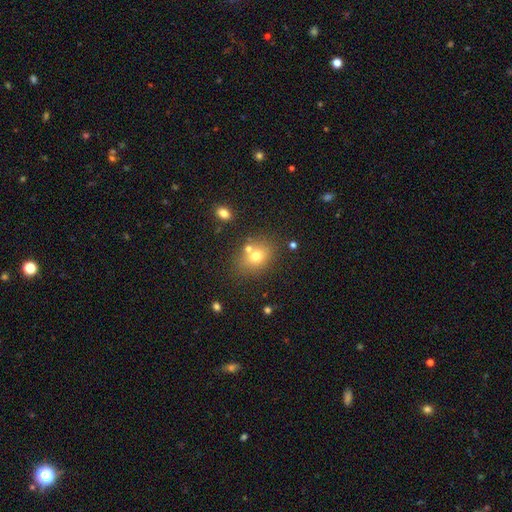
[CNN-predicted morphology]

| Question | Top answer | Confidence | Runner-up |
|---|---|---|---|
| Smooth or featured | smooth | 70% | featured or disk (16%) |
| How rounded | in between | 55% | round (44%) |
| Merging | none | 63% | merger (20%) |